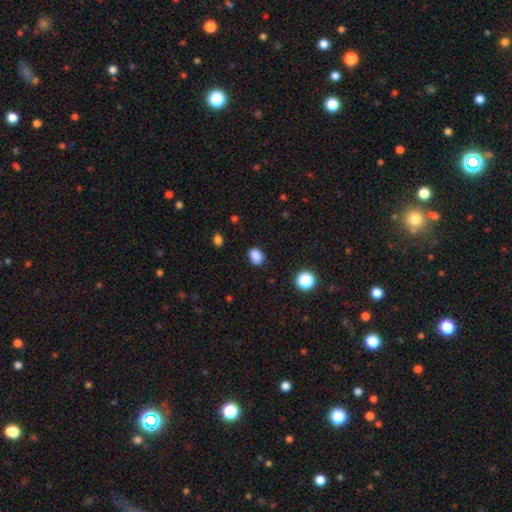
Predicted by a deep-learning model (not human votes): The model was most divided on "how rounded": in between: 67%, round: 33%, cigar-shaped: 1%. More confident: smooth or featured — smooth (86%); merging — none (81%).